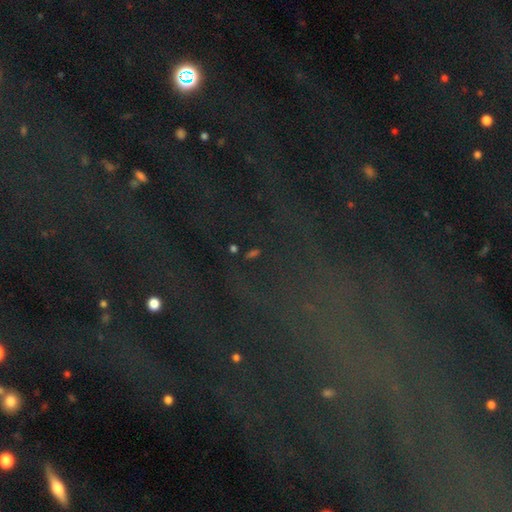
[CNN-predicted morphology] This is clearly a star or artifact rather than a galaxy (82%).